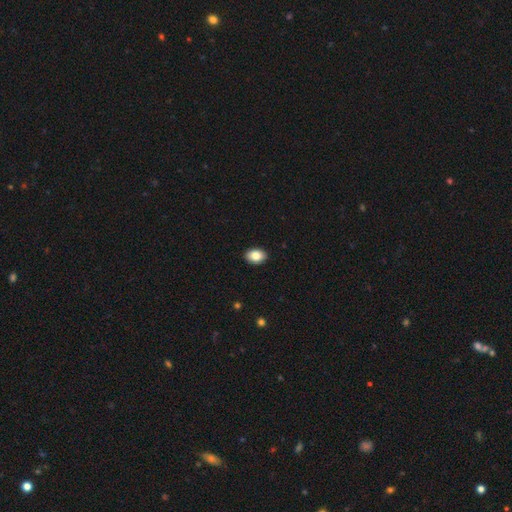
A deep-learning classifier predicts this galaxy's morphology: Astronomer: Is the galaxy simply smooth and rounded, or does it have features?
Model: smooth — 84%.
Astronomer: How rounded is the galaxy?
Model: in between — 82%.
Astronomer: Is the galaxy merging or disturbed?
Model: none — 91%.